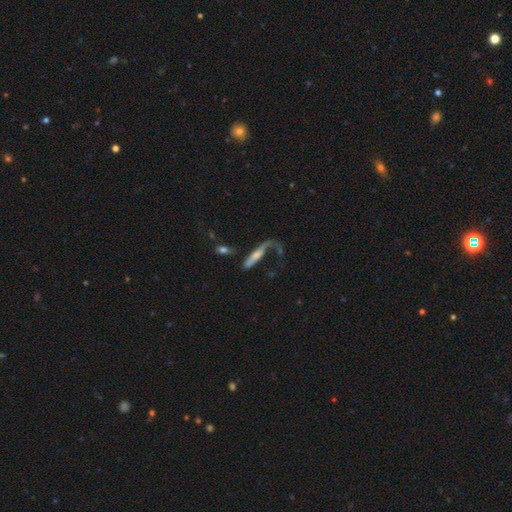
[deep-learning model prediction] featured or disk 47%, smooth 44%, star or artifact 9%. Down the decision tree: merging — major disturbance (42%).